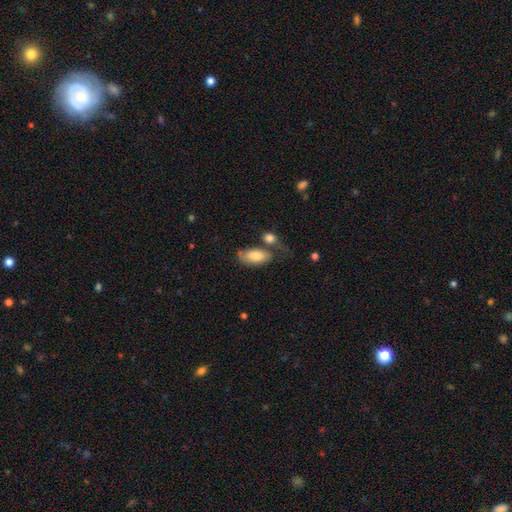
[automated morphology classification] Smooth or featured?
  - smooth: 76% *
  - featured or disk: 18%
  - star or artifact: 6%
How rounded?
  - in between: 91% *
  - cigar-shaped: 6%
  - round: 3%
Merging?
  - none: 41% *
  - minor disturbance: 24%
  - merger: 21%
  - major disturbance: 15%